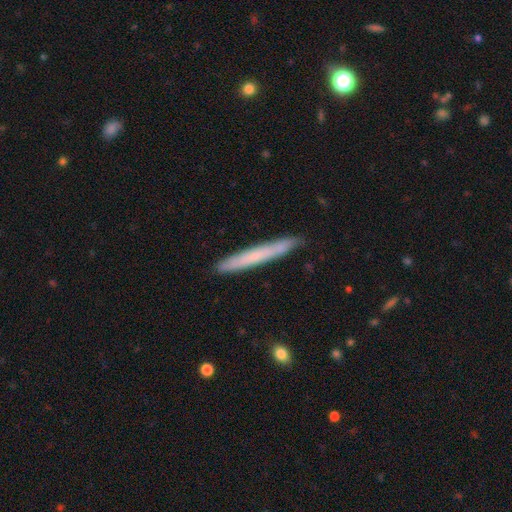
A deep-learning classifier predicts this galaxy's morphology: Q: Smooth or featured?
A: smooth (59%); runner-up: featured or disk (34%)
Q: How rounded?
A: cigar-shaped (97%); runner-up: in between (2%)
Q: Merging?
A: none (90%); runner-up: minor disturbance (8%)